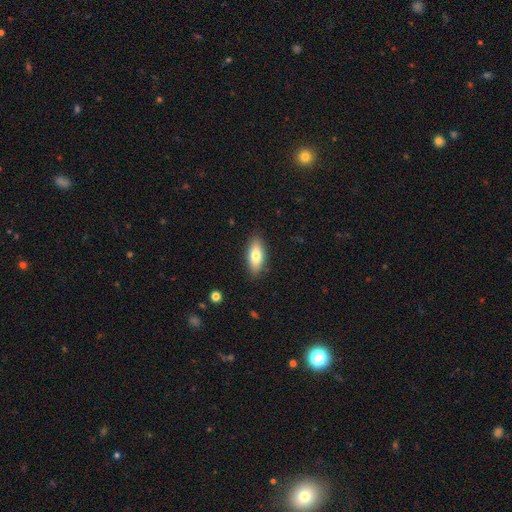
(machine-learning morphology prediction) type=smooth (74%); roundness=in between (76%); merging=none (87%).